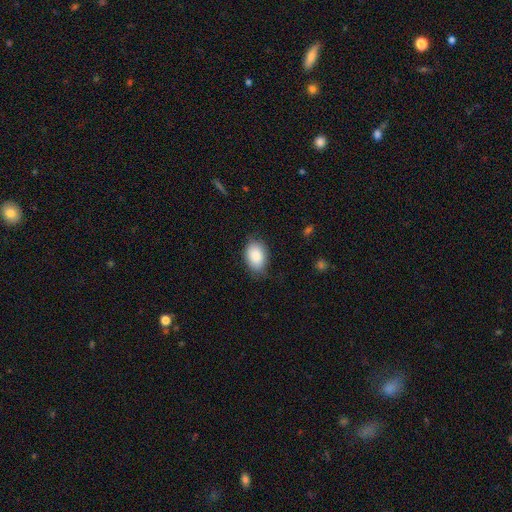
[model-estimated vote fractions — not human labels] This appears to be a smooth galaxy with no disk features (87%) that is in between round and cigar-shaped (87%). Merging: none (78%).